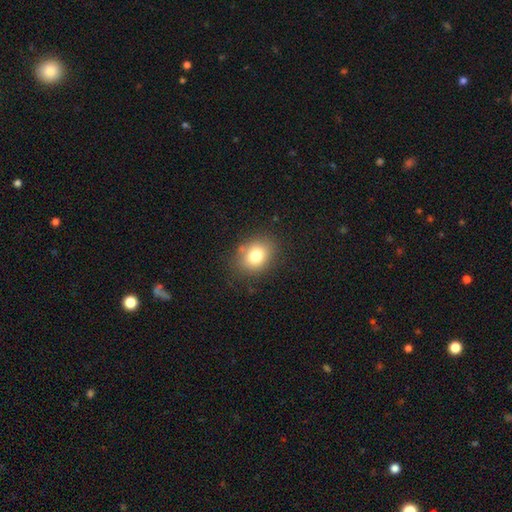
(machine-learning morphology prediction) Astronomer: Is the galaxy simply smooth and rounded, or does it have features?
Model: smooth — 78%.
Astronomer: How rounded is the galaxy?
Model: in between — 52% (runner-up: round, 47%).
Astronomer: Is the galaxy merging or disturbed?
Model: none — 81%.